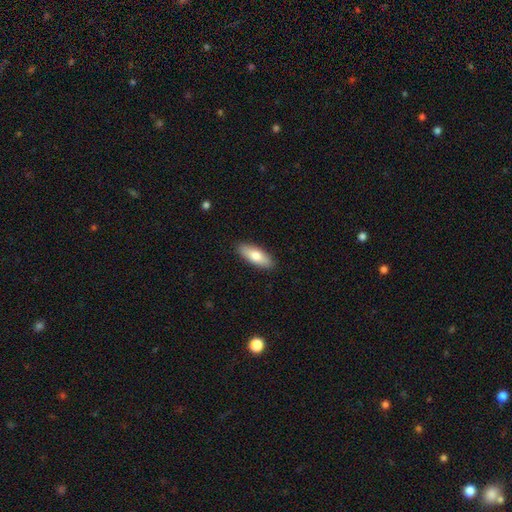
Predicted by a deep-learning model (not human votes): Overall: smooth (75%). How rounded: in between (65%; cigar-shaped 33%). Merging: none (90%).